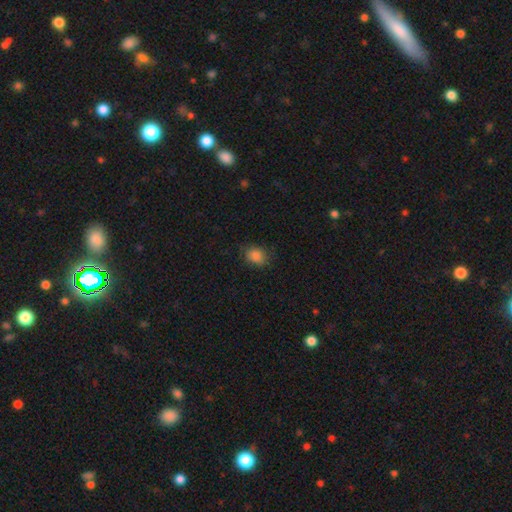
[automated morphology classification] The model was most divided on "how rounded": in between: 56%, round: 43%, cigar-shaped: 1%. More confident: smooth or featured — smooth (85%); merging — none (77%).